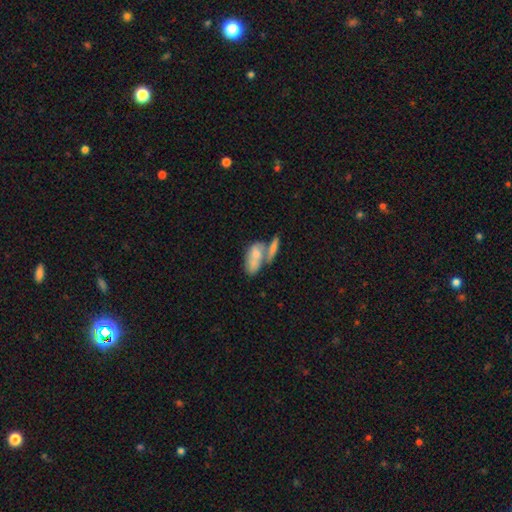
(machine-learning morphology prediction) A smooth galaxy with no disk features (63%) that is in between round and cigar-shaped (85%).

Vote fractions:
- Smooth or featured? smooth: 63% / featured or disk: 30% / star or artifact: 7%
- How rounded? in between: 85% / cigar-shaped: 10% / round: 5%
- Merging? merger: 55% / none: 25% / minor disturbance: 12% / major disturbance: 8%